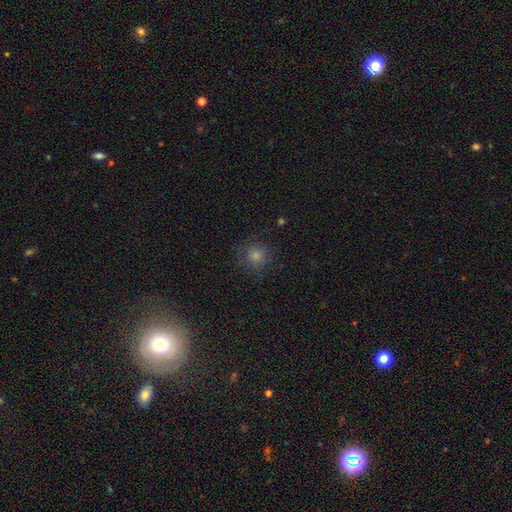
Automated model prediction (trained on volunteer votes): The model was most divided on "smooth or featured": smooth: 63%, star or artifact: 26%, featured or disk: 11%. More confident: how rounded — round (93%); merging — none (85%).